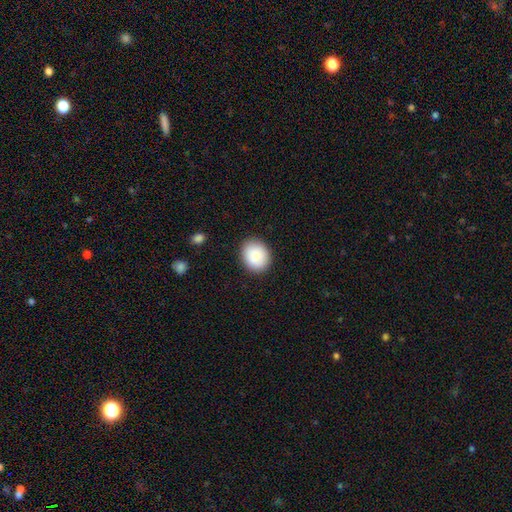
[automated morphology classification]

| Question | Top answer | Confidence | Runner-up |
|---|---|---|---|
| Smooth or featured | smooth | 85% | featured or disk (7%) |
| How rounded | round | 60% | in between (39%) |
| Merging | none | 88% | minor disturbance (9%) |